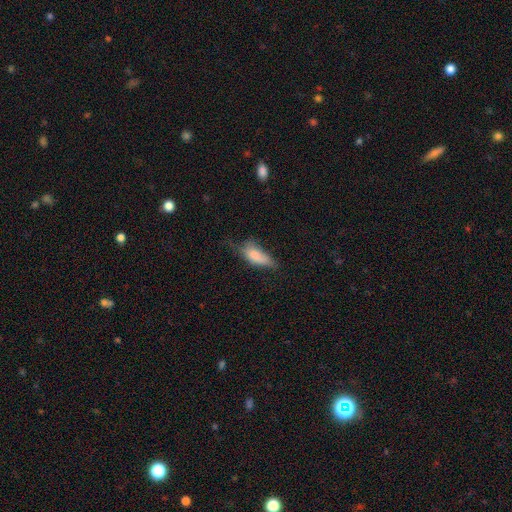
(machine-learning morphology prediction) Overall: smooth (75%). How rounded: in between (83%). Merging: minor disturbance (39%; major disturbance 29%).